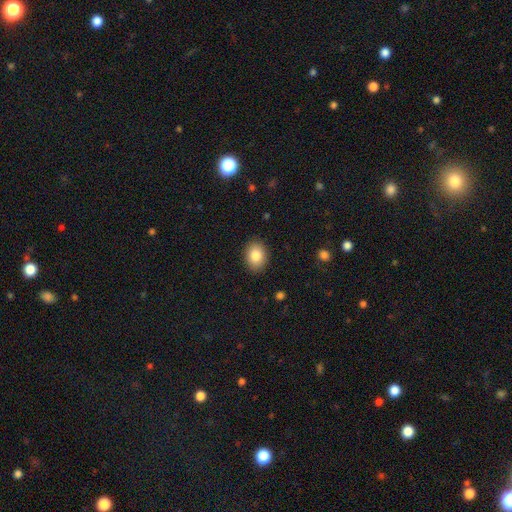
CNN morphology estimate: smooth_or_featured: smooth (p=0.84) [alt: star or artifact p=0.08]
how_rounded: in between (p=0.65) [alt: round p=0.34]
merging: none (p=0.89) [alt: minor disturbance p=0.08]